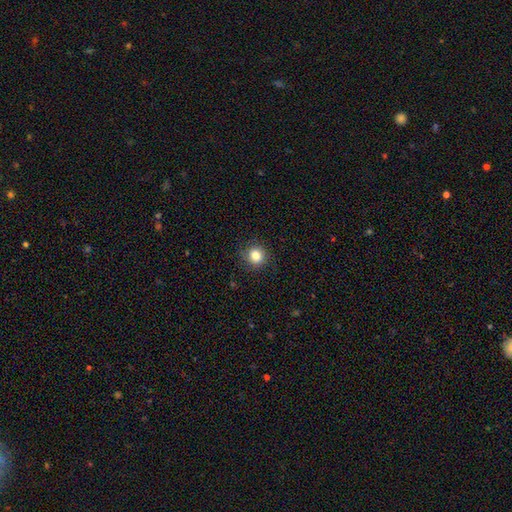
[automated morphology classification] Smooth or featured? smooth (83%)
How rounded? round (91%)
Merging? none (88%)